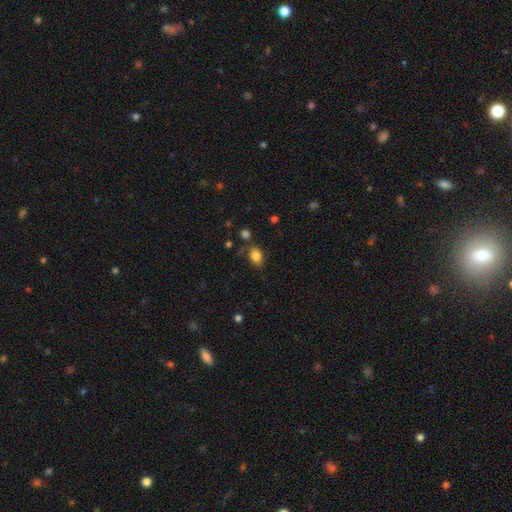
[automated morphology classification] A smooth galaxy with no disk features (83%) that is in between round and cigar-shaped (80%). Merging: none (72%).